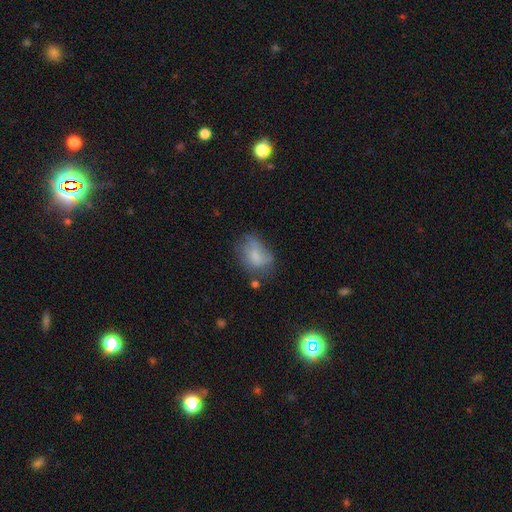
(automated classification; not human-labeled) Q: Smooth or featured?
A: smooth (62%); runner-up: featured or disk (28%)
Q: How rounded?
A: in between (76%); runner-up: round (22%)
Q: Merging?
A: none (43%); runner-up: minor disturbance (31%)